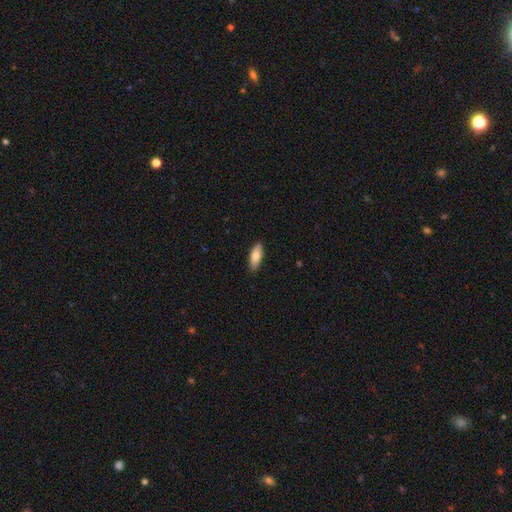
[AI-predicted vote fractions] This appears to be a smooth galaxy with no disk features (80%) that is in between round and cigar-shaped (73%). Merging: none (87%).